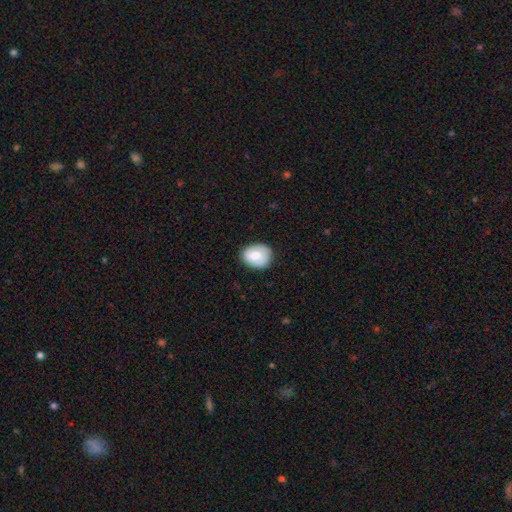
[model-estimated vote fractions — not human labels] Morphology: type=smooth (78%); roundness=round (55%); merging=none (80%).